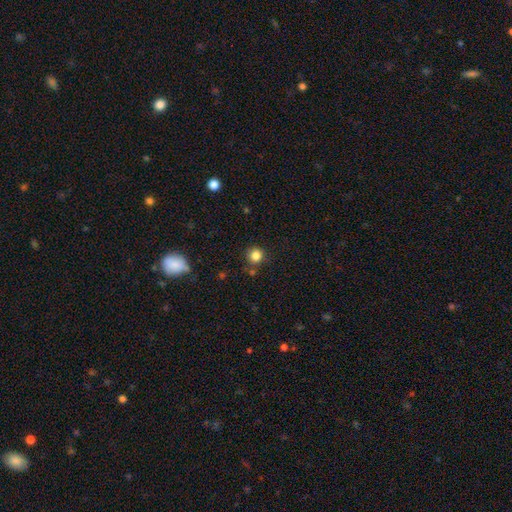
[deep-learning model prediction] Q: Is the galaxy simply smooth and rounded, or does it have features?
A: smooth — 84%.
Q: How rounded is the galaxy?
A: round — 93%.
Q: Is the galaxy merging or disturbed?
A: none — 82%.